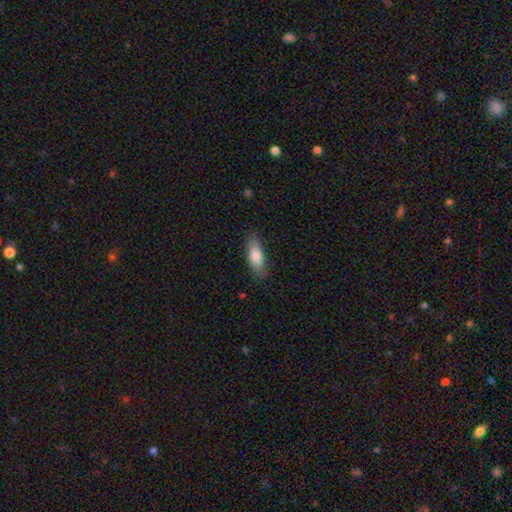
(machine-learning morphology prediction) smooth 83%, featured or disk 11%, star or artifact 6%. Down the decision tree: how rounded — in between (73%); merging — none (82%).